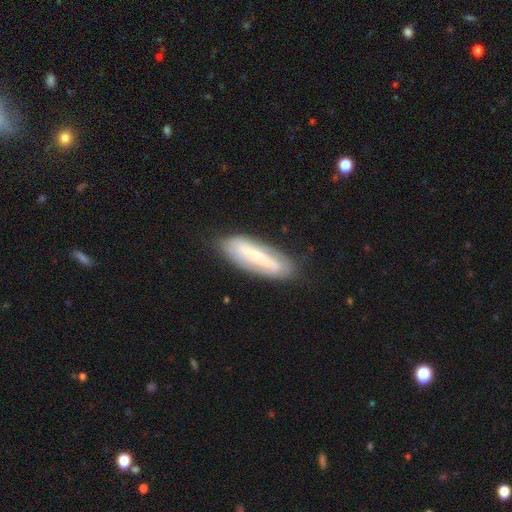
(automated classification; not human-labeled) smooth-or-featured: featured or disk: 55% | smooth: 38% | star or artifact: 7%
  disk-edge-on: no: 68% | yes: 32%
  merging: none: 78% | minor disturbance: 16% | major disturbance: 4% | merger: 2%